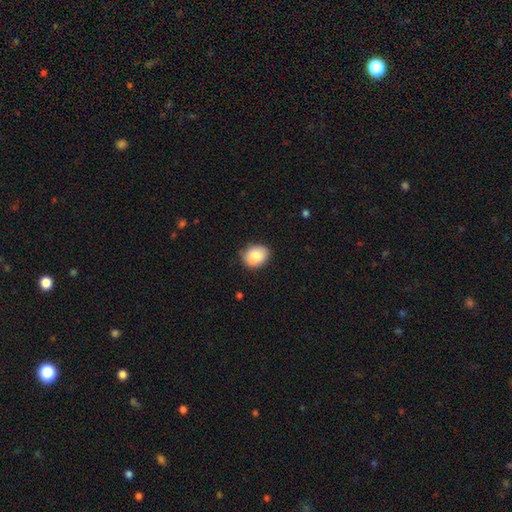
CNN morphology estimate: smooth-or-featured: smooth: 86% | star or artifact: 7% | featured or disk: 7%
  how-rounded: in between: 55% | round: 44% | cigar-shaped: 1%
  merging: none: 82% | minor disturbance: 14% | major disturbance: 3% | merger: 1%